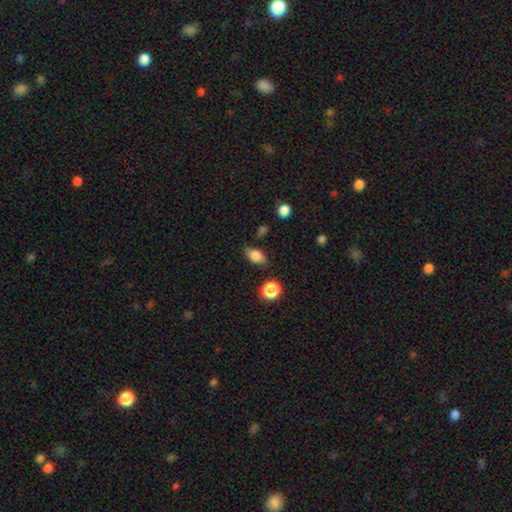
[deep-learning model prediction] Smooth or featured: smooth — 75% (featured or disk — 15%)
How rounded: in between — 80% (round — 13%)
Merging: none — 78% (minor disturbance — 16%)